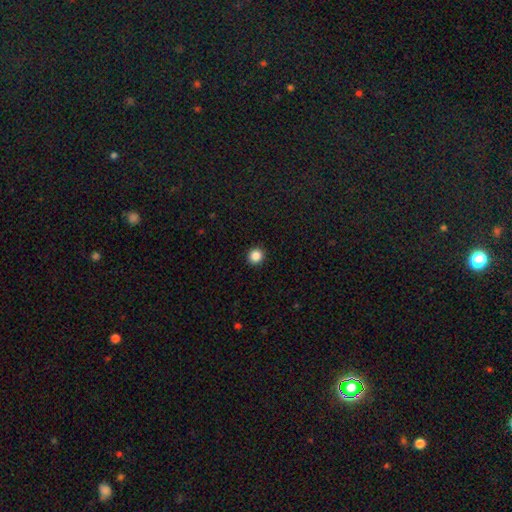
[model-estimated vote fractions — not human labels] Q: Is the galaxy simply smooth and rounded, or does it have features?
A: smooth — 86%.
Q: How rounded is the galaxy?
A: round — 93%.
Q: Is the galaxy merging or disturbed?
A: none — 93%.